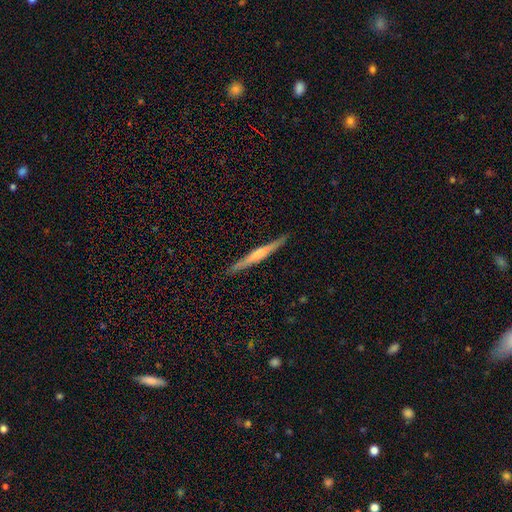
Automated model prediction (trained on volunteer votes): This is likely a featured or disk galaxy (61%). It is clearly viewed edge-on (98%). Edge-on bulge: possibly rounded (46%). Merging: clearly none (91%).